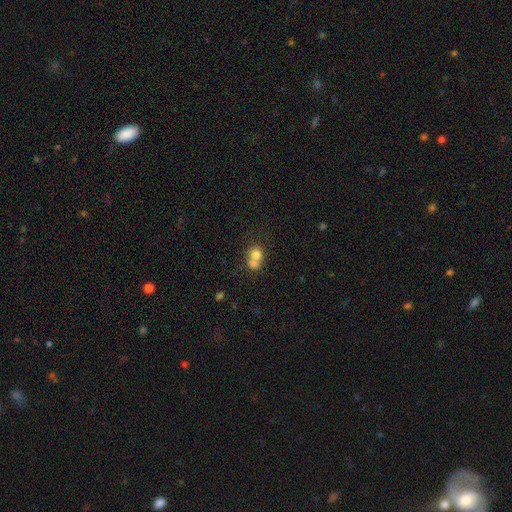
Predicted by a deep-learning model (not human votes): This appears to be a smooth galaxy with no disk features (73%) that is round (74%). Merging: merger (64%).